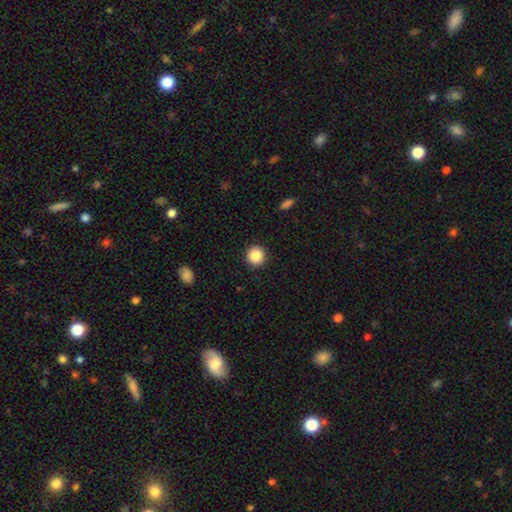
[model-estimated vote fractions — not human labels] smooth-or-featured: smooth: 86% | star or artifact: 9% | featured or disk: 5%
  how-rounded: round: 95% | in between: 4% | cigar-shaped: 1%
  merging: none: 93% | minor disturbance: 5% | major disturbance: 2% | merger: 1%